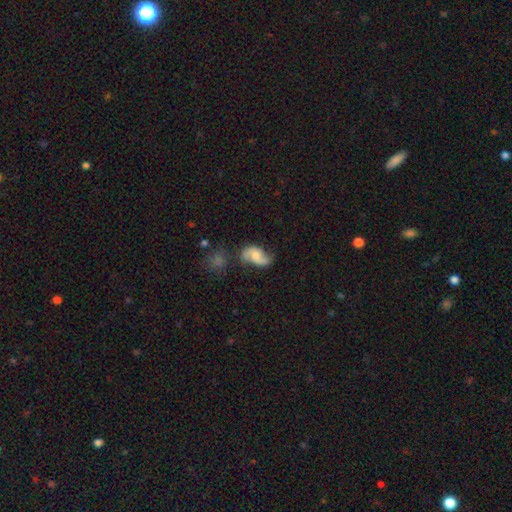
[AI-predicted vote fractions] smooth_or_featured: featured or disk (p=0.63) [alt: smooth p=0.30]
disk_edge_on: no (p=0.97) [alt: yes p=0.03]
bar: no (p=0.65) [alt: weak p=0.29]
has_spiral_arms: yes (p=0.89) [alt: no p=0.11]
spiral_winding: loose (p=0.62) [alt: medium p=0.29]
spiral_arm_count: 2 (p=0.86) [alt: 1 p=0.06]
bulge_size: moderate (p=0.50) [alt: small p=0.34]
merging: none (p=0.49) [alt: minor disturbance p=0.26]